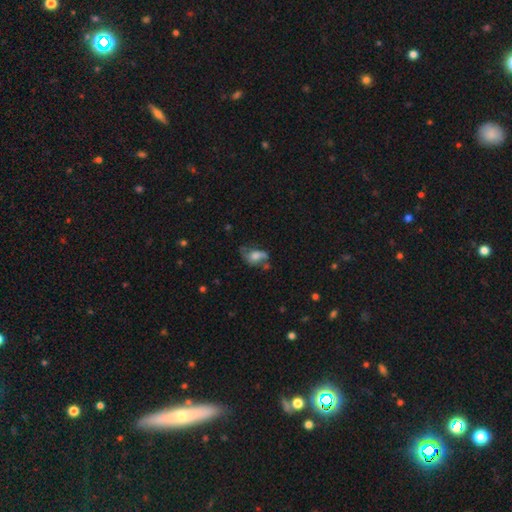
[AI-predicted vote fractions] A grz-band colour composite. It shows a smooth galaxy with no disk features (50%). Merging: major disturbance (31%, tied with none).